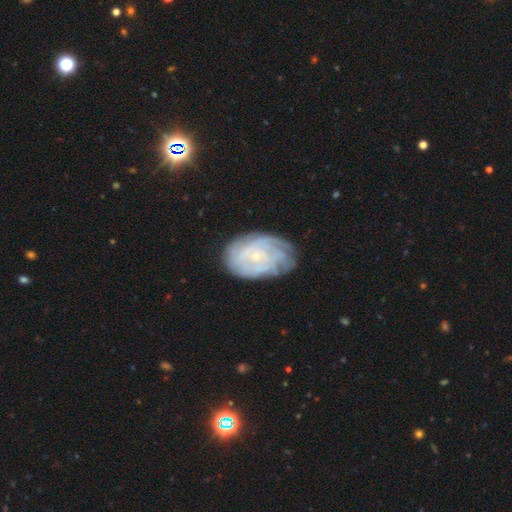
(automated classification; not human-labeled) Smooth or featured? featured or disk (71%)
Edge-on disk? no (96%)
Bar? no (75%)
Spiral arms? yes (86%)
Spiral winding? tight (73%)
Spiral arm count? can't tell (54%)
Bulge size? small (81%)
Merging? none (71%)